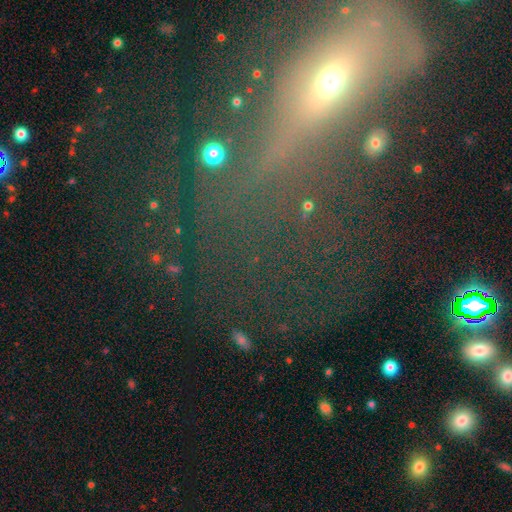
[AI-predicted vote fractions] Smooth or featured? star or artifact (39%)